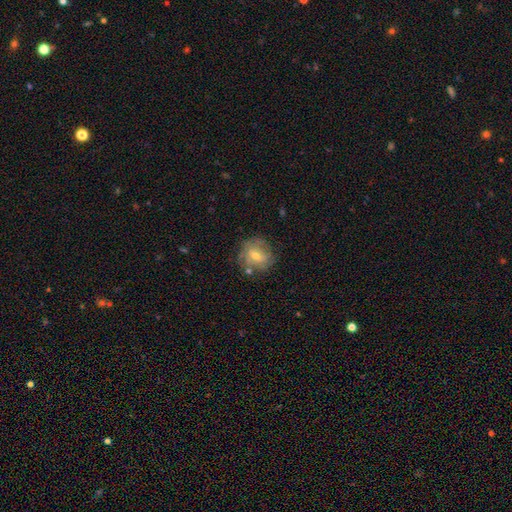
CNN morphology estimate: Q: Smooth or featured?
A: featured or disk (58%); runner-up: smooth (34%)
Q: Edge-on disk?
A: no (96%); runner-up: yes (4%)
Q: Bar?
A: weak (48%); runner-up: no (38%)
Q: Spiral arms?
A: yes (73%); runner-up: no (27%)
Q: Bulge size?
A: moderate (59%); runner-up: small (36%)
Q: Merging?
A: none (67%); runner-up: minor disturbance (20%)